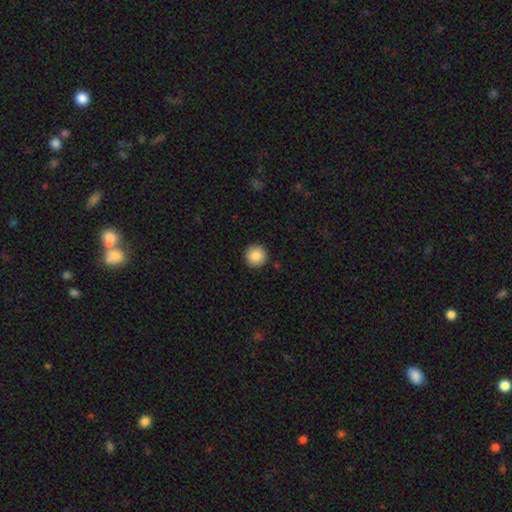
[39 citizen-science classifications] Smooth or featured?
  - smooth: 87% *
  - featured or disk: 8%
  - star or artifact: 5%
How rounded?
  - round: 100% *
  - in between: 0%
  - cigar-shaped: 0%
Merging?
  - none: 89% *
  - minor disturbance: 11%
  - major disturbance: 0%
  - merger: 0%